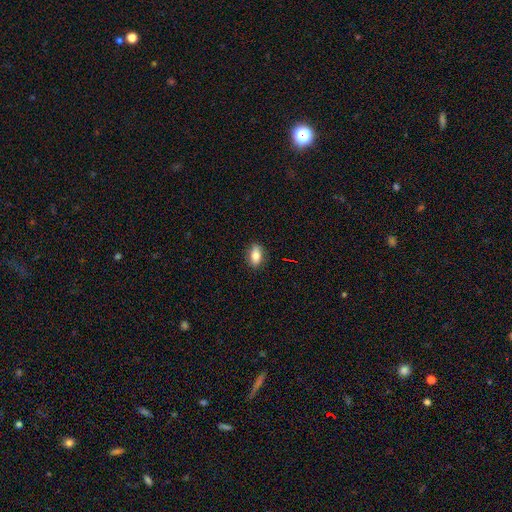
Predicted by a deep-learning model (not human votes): Q: Smooth or featured?
A: smooth (77%); runner-up: featured or disk (15%)
Q: How rounded?
A: in between (83%); runner-up: round (10%)
Q: Merging?
A: none (85%); runner-up: minor disturbance (12%)